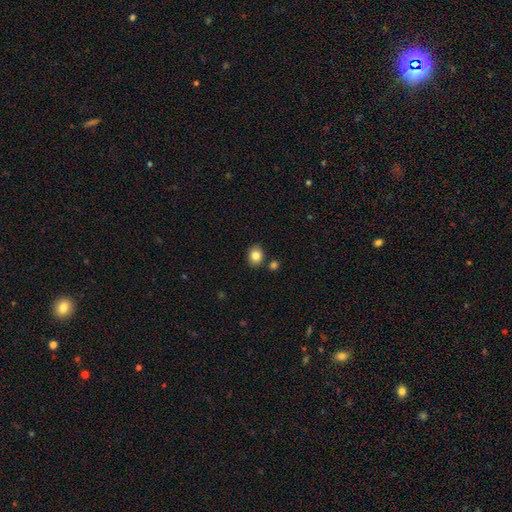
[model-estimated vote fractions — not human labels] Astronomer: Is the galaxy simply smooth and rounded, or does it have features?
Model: smooth — 84%.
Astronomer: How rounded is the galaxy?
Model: round — 56% (runner-up: in between, 43%).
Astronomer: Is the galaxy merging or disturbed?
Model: none — 83%.